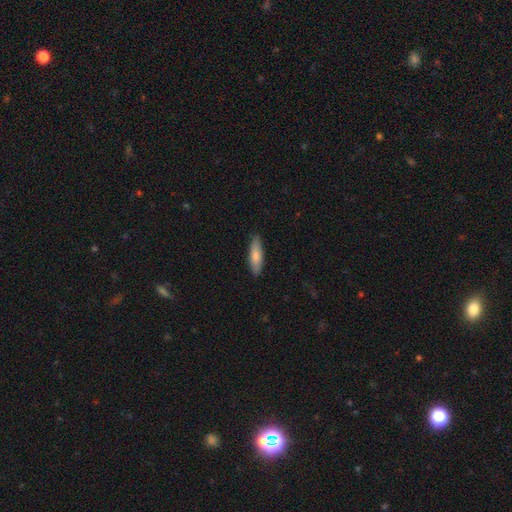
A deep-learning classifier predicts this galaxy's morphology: A smooth galaxy with no disk features (79%) that is cigar-shaped (55%).

Vote fractions:
- Smooth or featured? smooth: 79% / featured or disk: 15% / star or artifact: 5%
- How rounded? cigar-shaped: 55% / in between: 43% / round: 2%
- Merging? none: 86% / minor disturbance: 11% / major disturbance: 2% / merger: 1%